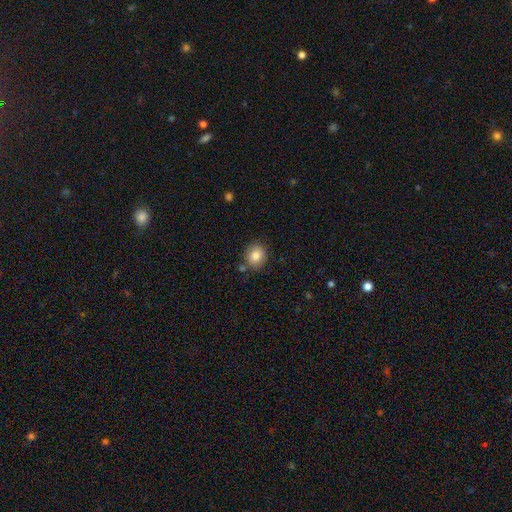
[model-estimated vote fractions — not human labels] A smooth galaxy with no disk features (83%) that is round (74%). Merging: none (82%).